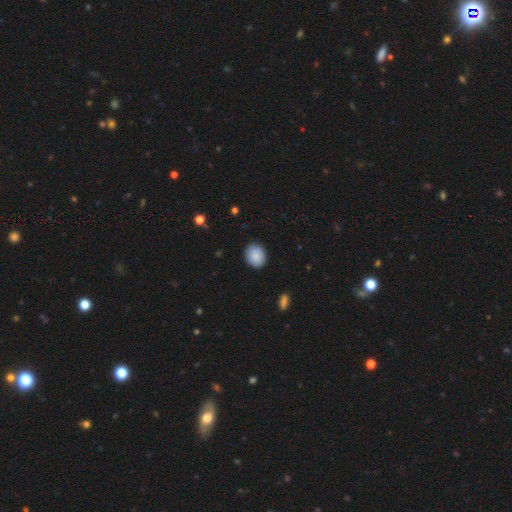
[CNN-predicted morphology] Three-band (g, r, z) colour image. It shows a smooth galaxy with no disk features (88%) that is round (52%). Merging: none (88%).